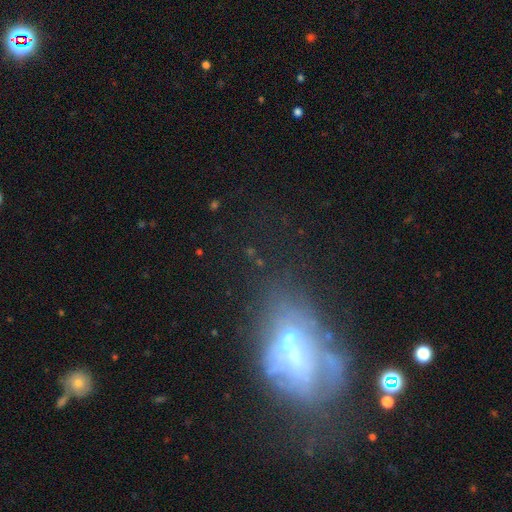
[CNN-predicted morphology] Smooth or featured? featured or disk (50%)
Merging? none (36%)